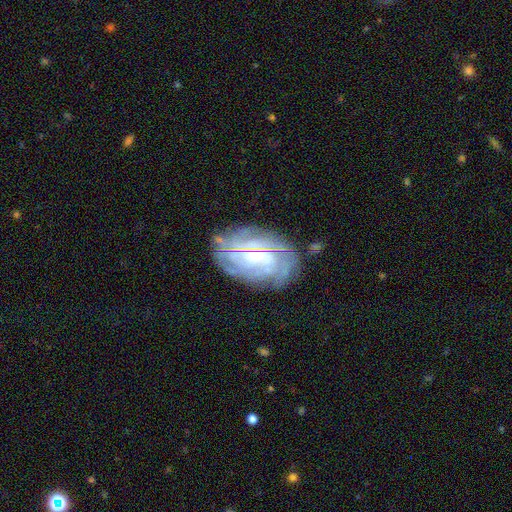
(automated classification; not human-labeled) Overall: featured or disk (79%). Edge-on disk: no (95%). Bar: no (46%; weak 40%). Spiral arms: yes (92%). Spiral arm count: can't tell (43%; 4 17%). Spiral winding: tight (70%). Bulge size: small (59%; moderate 32%). Merging: none (73%).